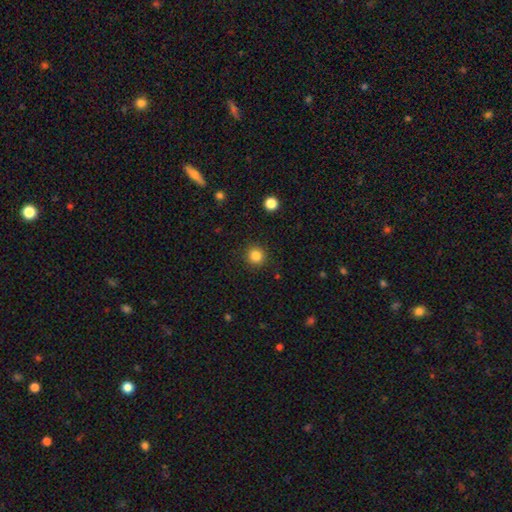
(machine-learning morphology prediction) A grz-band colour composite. It shows a smooth galaxy with no disk features (84%) that is round (94%). Merging: none (91%).